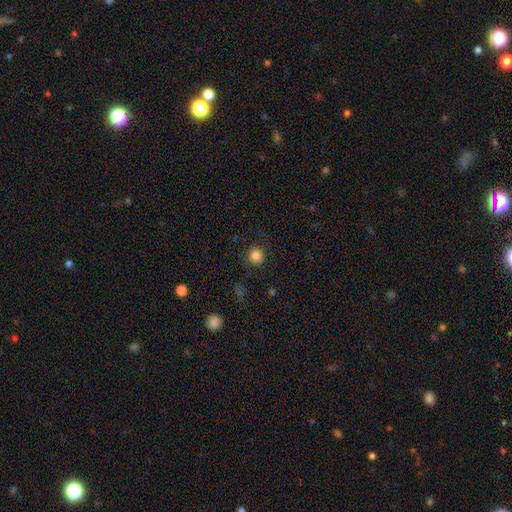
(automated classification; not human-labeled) Smooth or featured?
  - smooth: 84% *
  - star or artifact: 12%
  - featured or disk: 5%
How rounded?
  - round: 93% *
  - in between: 7%
  - cigar-shaped: 1%
Merging?
  - none: 87% *
  - minor disturbance: 8%
  - major disturbance: 3%
  - merger: 1%